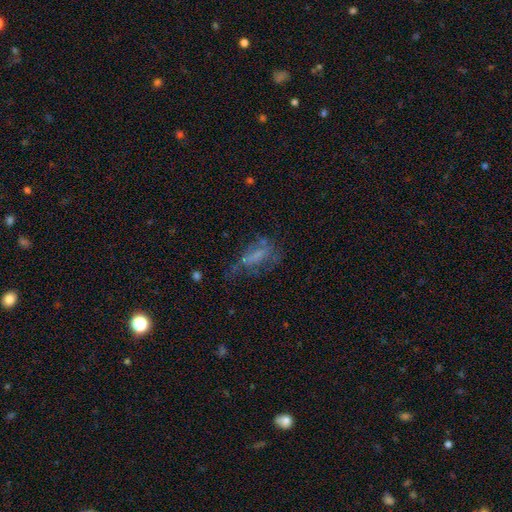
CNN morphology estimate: smooth_or_featured: featured or disk (p=0.42) [alt: smooth p=0.39]
merging: major disturbance (p=0.38) [alt: none p=0.34]